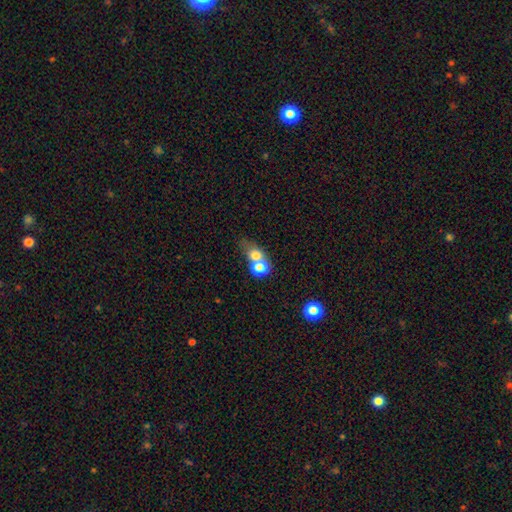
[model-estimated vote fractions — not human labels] smooth_or_featured: smooth (p=0.71) [alt: featured or disk p=0.19]
how_rounded: round (p=0.61) [alt: in between p=0.37]
merging: merger (p=0.68) [alt: none p=0.22]